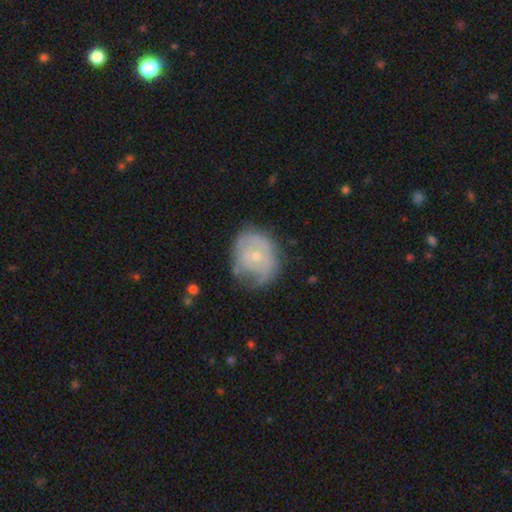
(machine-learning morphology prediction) Q: Smooth or featured?
A: featured or disk (60%); runner-up: smooth (33%)
Q: Edge-on disk?
A: no (97%); runner-up: yes (3%)
Q: Bar?
A: no (81%); runner-up: weak (17%)
Q: Spiral arms?
A: yes (61%); runner-up: no (39%)
Q: Bulge size?
A: small (71%); runner-up: moderate (26%)
Q: Merging?
A: none (58%); runner-up: minor disturbance (28%)